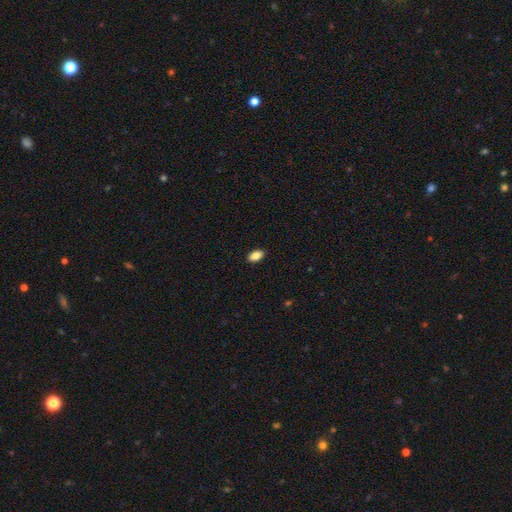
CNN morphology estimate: smooth 86%, star or artifact 8%, featured or disk 6%. Down the decision tree: how rounded — in between (92%); merging — none (89%).